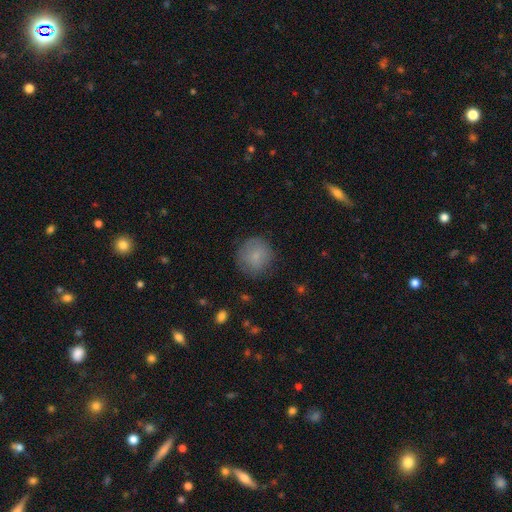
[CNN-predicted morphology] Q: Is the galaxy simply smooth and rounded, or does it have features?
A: smooth — 79%.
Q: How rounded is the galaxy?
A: round — 90%.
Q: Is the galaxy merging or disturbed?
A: none — 78%.